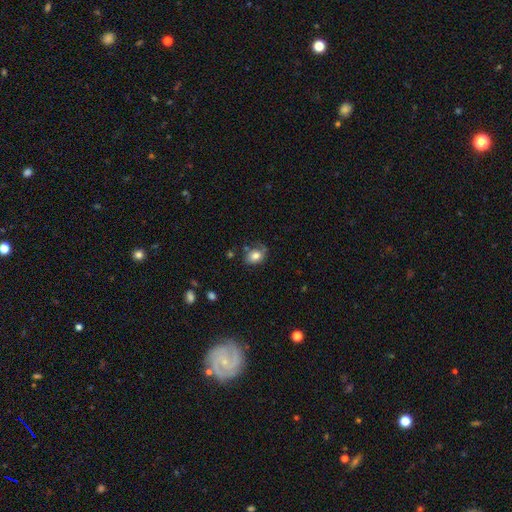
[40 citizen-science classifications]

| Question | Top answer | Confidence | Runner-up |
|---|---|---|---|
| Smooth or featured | smooth | 65% | featured or disk (28%) |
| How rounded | in between | 65% | round (35%) |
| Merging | minor disturbance | 43% | none (38%) |